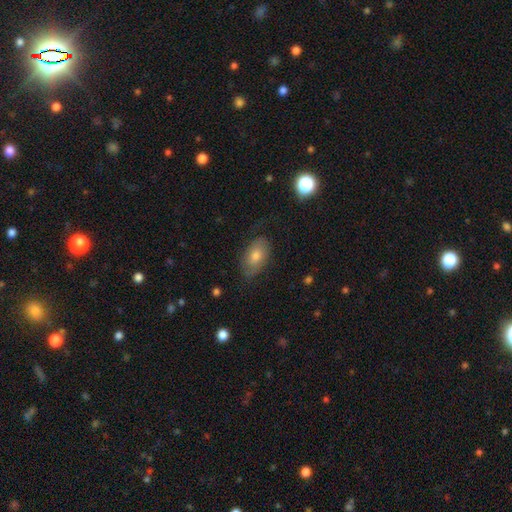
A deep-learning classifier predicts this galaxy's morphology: type=smooth (61%); roundness=in between (89%); merging=none (74%).